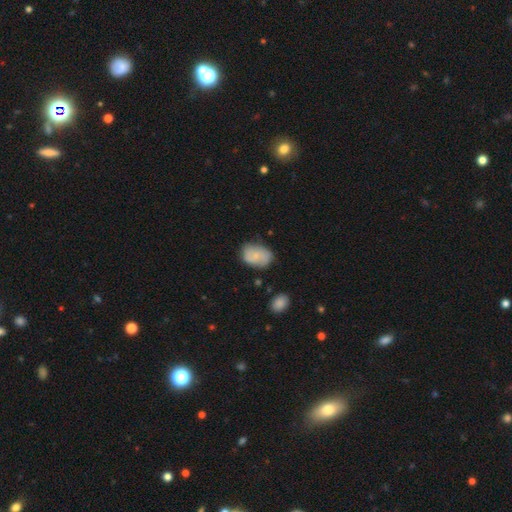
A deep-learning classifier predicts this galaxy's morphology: smooth_or_featured: smooth (p=0.64) [alt: featured or disk p=0.28]
how_rounded: in between (p=0.77) [alt: round p=0.22]
merging: none (p=0.64) [alt: minor disturbance p=0.25]